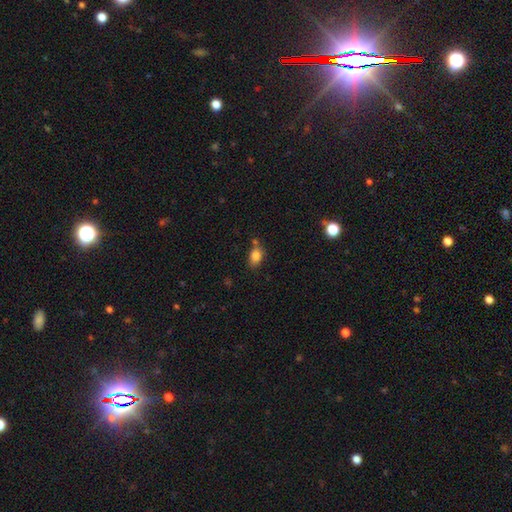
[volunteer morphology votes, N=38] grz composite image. It shows a smooth galaxy with no disk features (89%) that is in between round and cigar-shaped (76%). Merging: none (57%).